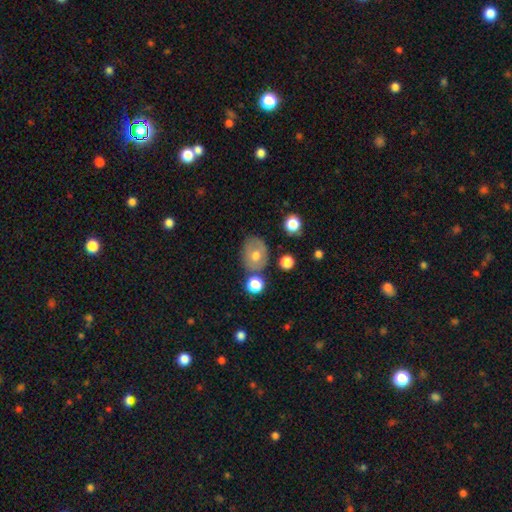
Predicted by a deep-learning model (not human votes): smooth-or-featured: smooth: 60% | featured or disk: 30% | star or artifact: 10%
  how-rounded: in between: 63% | round: 36% | cigar-shaped: 1%
  merging: none: 66% | minor disturbance: 18% | merger: 10% | major disturbance: 6%